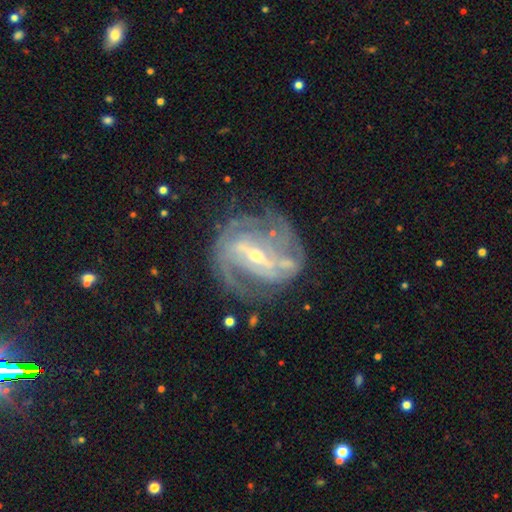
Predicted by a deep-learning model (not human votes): This appears to be a featured or disk galaxy (88%) with a strong bar (59%), 2 (44%) tight (46%) spiral arms (94%) and a small central bulge (56%). Merging: none (65%).